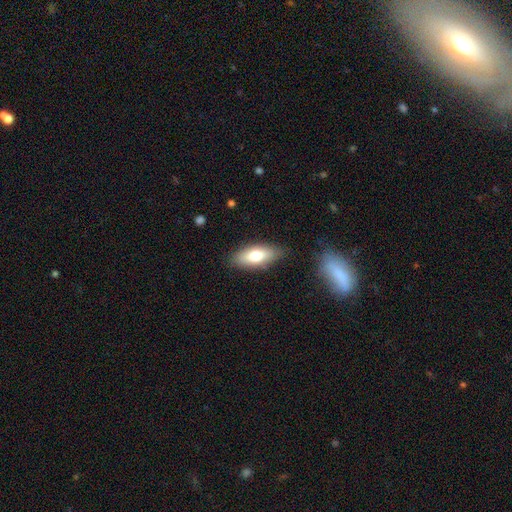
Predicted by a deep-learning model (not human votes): This is likely a smooth galaxy (71%). How rounded: likely in between (79%). Merging: clearly none (84%).